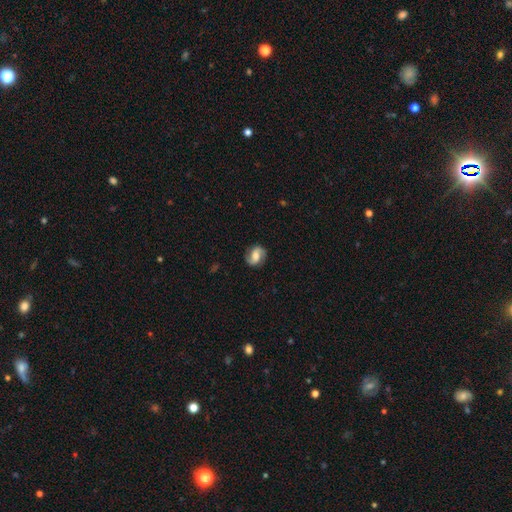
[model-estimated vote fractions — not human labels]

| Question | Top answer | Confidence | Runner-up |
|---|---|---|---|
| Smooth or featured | featured or disk | 72% | smooth (21%) |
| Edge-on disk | no | 97% | yes (3%) |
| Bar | weak | 43% | no (38%) |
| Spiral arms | yes | 94% | no (6%) |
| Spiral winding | medium | 46% | loose (33%) |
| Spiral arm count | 2 | 92% | can't tell (3%) |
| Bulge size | moderate | 48% | large (25%) |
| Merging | none | 84% | minor disturbance (11%) |